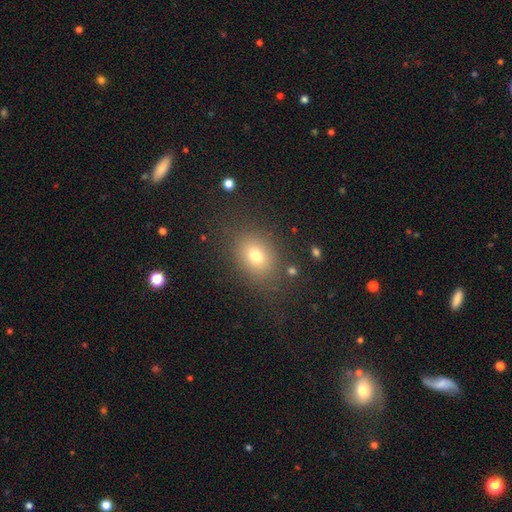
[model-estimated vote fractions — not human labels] Q: Smooth or featured?
A: smooth (73%); runner-up: star or artifact (15%)
Q: How rounded?
A: in between (57%); runner-up: round (42%)
Q: Merging?
A: none (80%); runner-up: minor disturbance (11%)